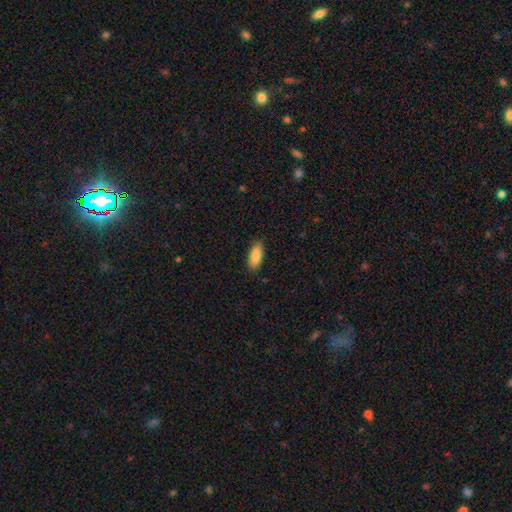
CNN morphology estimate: A smooth galaxy with no disk features (88%) that is in between round and cigar-shaped (81%). Merging: none (87%).